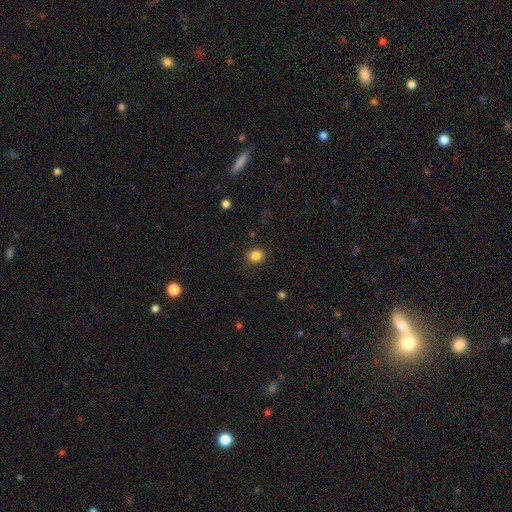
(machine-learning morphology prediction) smooth 84%, star or artifact 11%, featured or disk 5%. Down the decision tree: how rounded — round (78%); merging — none (88%).